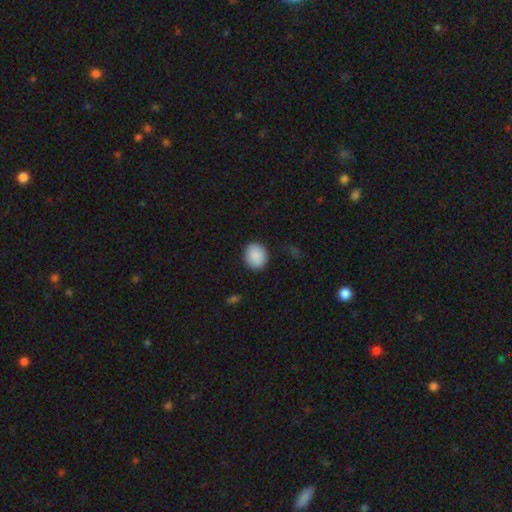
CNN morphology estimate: smooth-or-featured: smooth: 90% | star or artifact: 7% | featured or disk: 3%
  how-rounded: round: 76% | in between: 24% | cigar-shaped: 1%
  merging: none: 89% | minor disturbance: 8% | major disturbance: 2% | merger: 1%